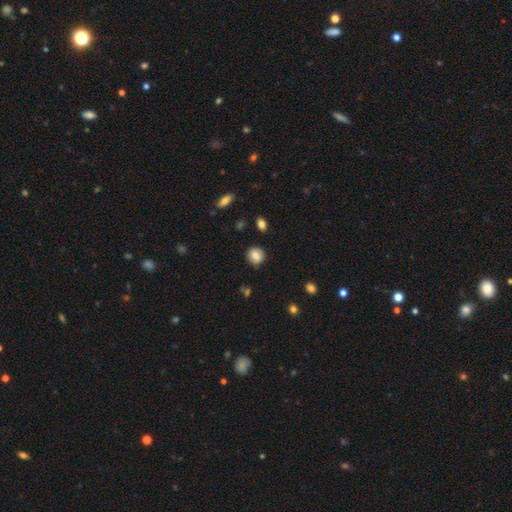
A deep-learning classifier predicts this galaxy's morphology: Smooth or featured? Predicted: smooth (p=0.80). How rounded? Predicted: round (p=0.80). Merging? Predicted: none (p=0.85).